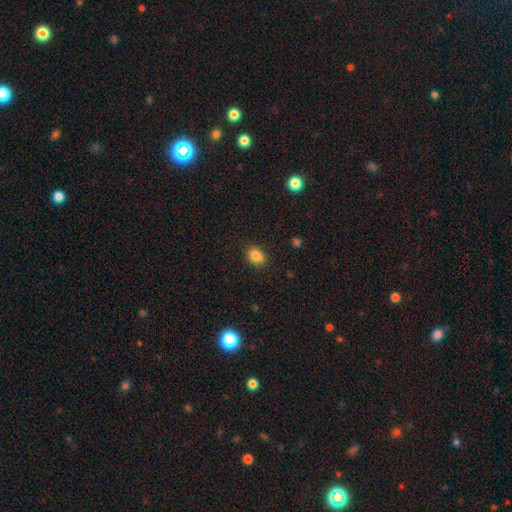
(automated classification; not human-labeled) The model was most divided on "how rounded": in between: 51%, round: 47%, cigar-shaped: 1%. More confident: smooth or featured — smooth (83%); merging — none (81%).